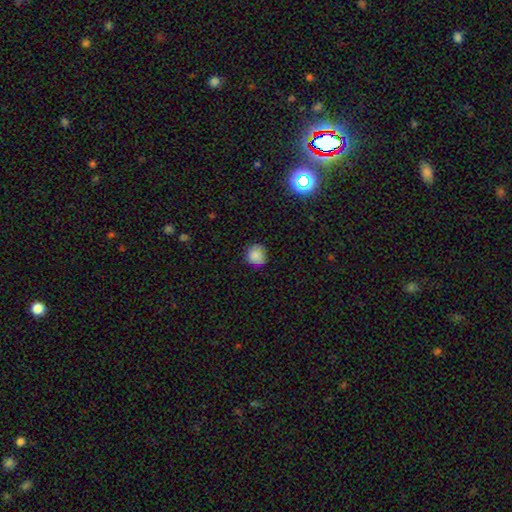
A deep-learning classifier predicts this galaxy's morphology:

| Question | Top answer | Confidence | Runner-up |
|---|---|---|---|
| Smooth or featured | smooth | 83% | star or artifact (10%) |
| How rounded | round | 89% | in between (10%) |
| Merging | none | 79% | minor disturbance (16%) |